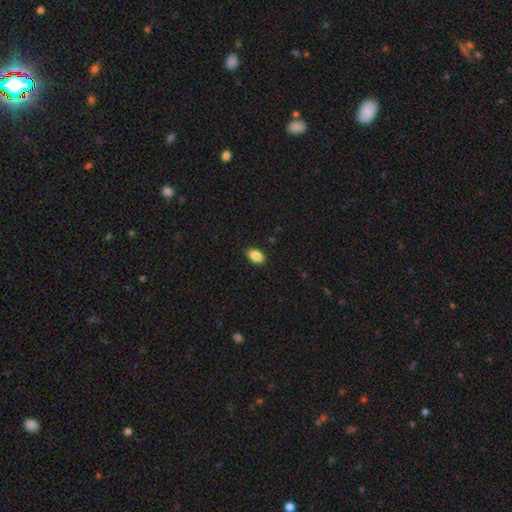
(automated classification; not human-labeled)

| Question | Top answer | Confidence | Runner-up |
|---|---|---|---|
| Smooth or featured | smooth | 87% | star or artifact (8%) |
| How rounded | in between | 91% | round (6%) |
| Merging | none | 86% | minor disturbance (11%) |